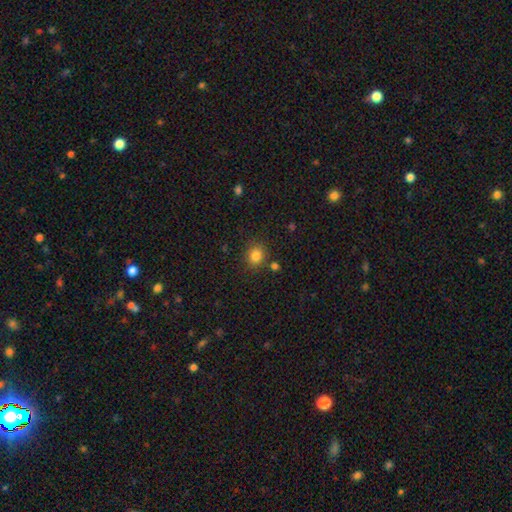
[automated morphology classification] smooth_or_featured: smooth (p=0.83) [alt: star or artifact p=0.12]
how_rounded: round (p=0.76) [alt: in between p=0.23]
merging: none (p=0.80) [alt: minor disturbance p=0.10]